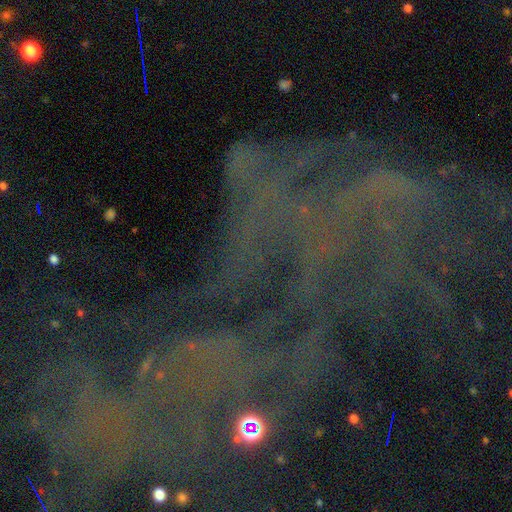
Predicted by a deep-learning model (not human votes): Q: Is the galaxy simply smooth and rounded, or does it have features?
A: star or artifact — 68%.